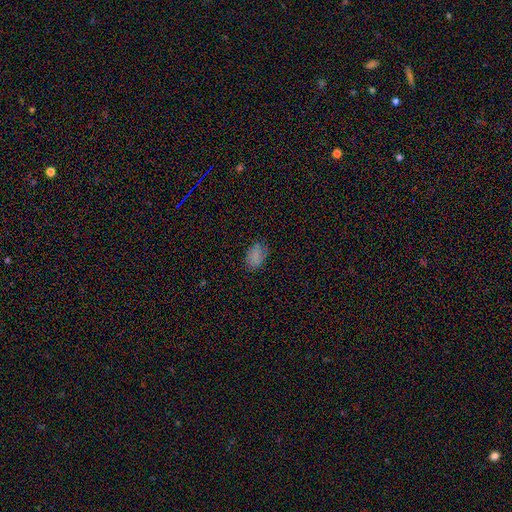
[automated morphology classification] The model was most divided on "merging": none: 77%, minor disturbance: 17%, major disturbance: 5%, merger: 1%. More confident: how rounded — in between (86%); smooth or featured — smooth (76%).